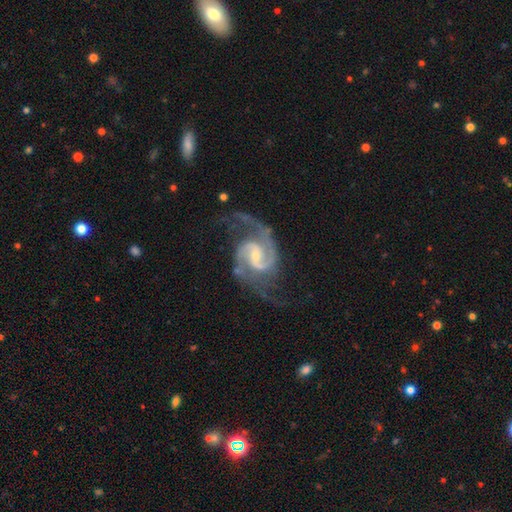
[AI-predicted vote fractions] smooth-or-featured: featured or disk: 93% | star or artifact: 4% | smooth: 3%
  disk-edge-on: no: 98% | yes: 2%
    bar: weak: 51% | no: 34% | strong: 15%
    has-spiral-arms: yes: 98% | no: 2%
      spiral-winding: medium: 59% | loose: 24% | tight: 18%
      spiral-arm-count: 2: 90% | 3: 3% | can't tell: 2% | 1: 2% | 4: 1% | more than 4: 1%
    bulge-size: small: 60% | moderate: 33% | none: 4% | large: 2% | dominant: 1%
  merging: none: 58% | minor disturbance: 20% | major disturbance: 19% | merger: 3%